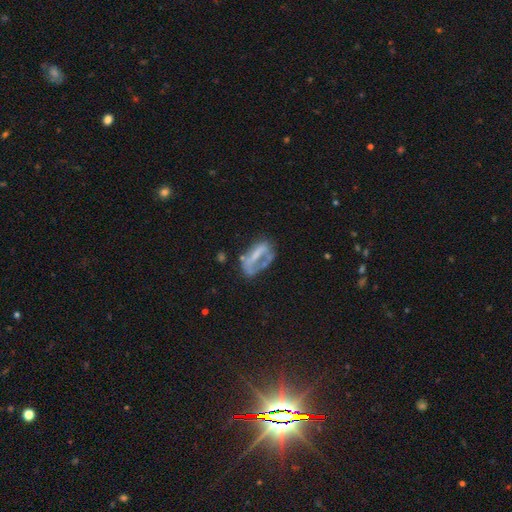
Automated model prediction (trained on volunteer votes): Smooth or featured: featured or disk — 53% (smooth — 35%)
Edge-on disk: no — 90% (yes — 10%)
Merging: none — 36% (major disturbance — 33%)